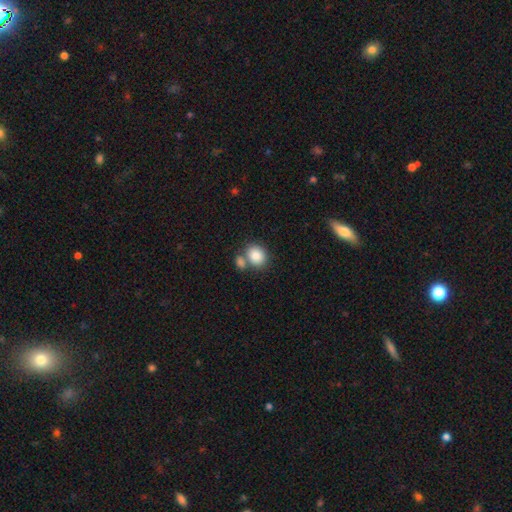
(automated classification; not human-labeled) smooth_or_featured: smooth (p=0.85) [alt: star or artifact p=0.08]
how_rounded: round (p=0.60) [alt: in between p=0.39]
merging: none (p=0.53) [alt: merger p=0.33]